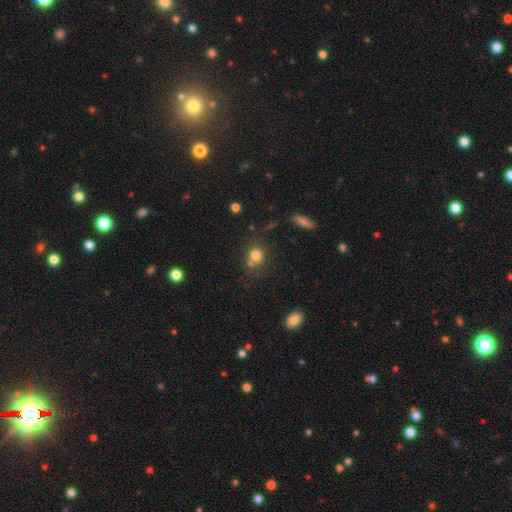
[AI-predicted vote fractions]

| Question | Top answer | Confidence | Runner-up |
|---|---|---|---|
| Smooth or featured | smooth | 76% | star or artifact (14%) |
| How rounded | round | 77% | in between (22%) |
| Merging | none | 56% | merger (27%) |